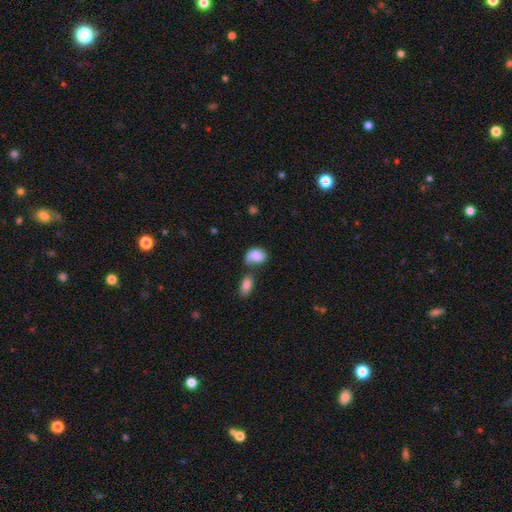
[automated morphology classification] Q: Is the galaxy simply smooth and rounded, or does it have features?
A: smooth — 79%.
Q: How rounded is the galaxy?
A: in between — 79%.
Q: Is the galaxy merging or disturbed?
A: none — 36%.